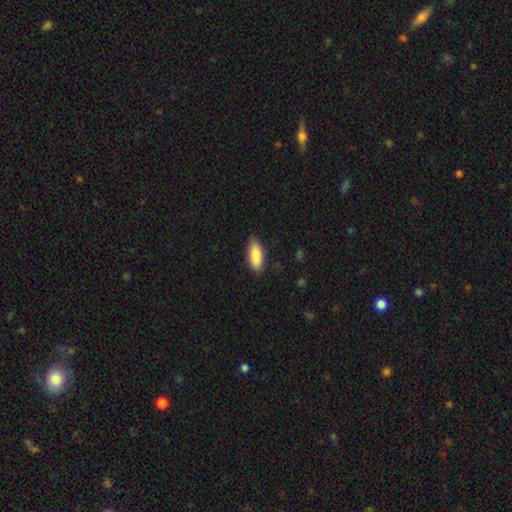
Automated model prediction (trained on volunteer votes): Morphology: type=smooth (88%); roundness=in between (82%); merging=none (83%).